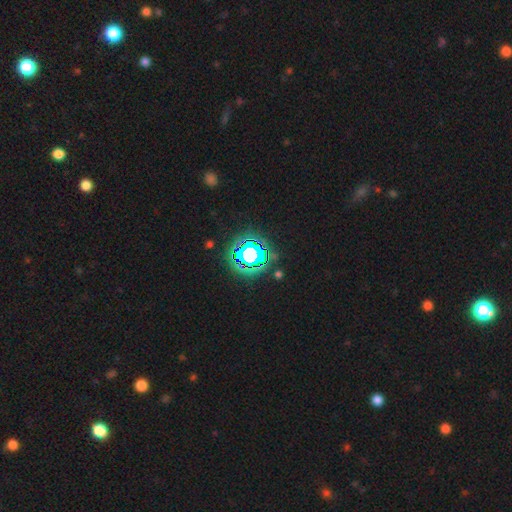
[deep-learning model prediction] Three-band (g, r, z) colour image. It shows a star or artifact, not a galaxy (80%).